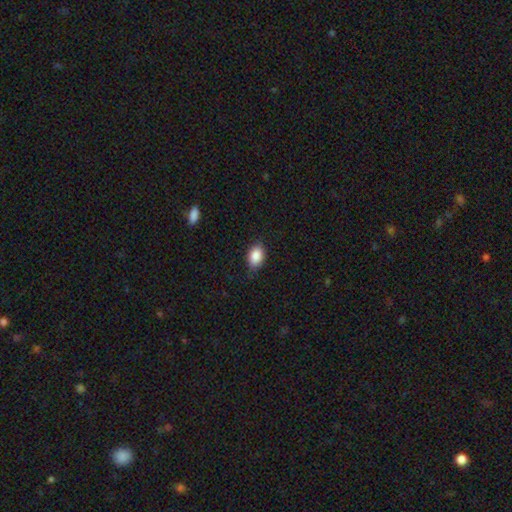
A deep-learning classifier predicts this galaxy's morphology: type=smooth (88%); roundness=in between (84%); merging=none (80%).